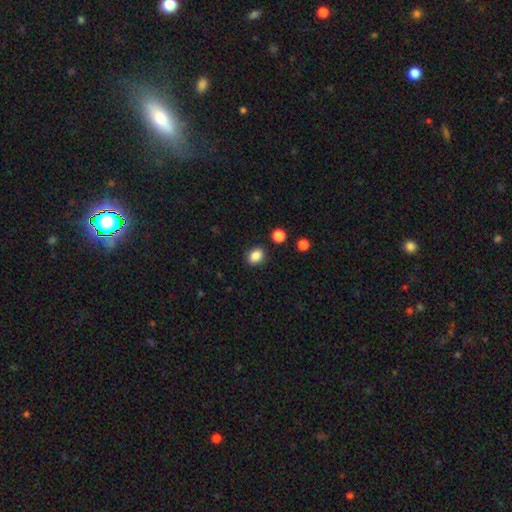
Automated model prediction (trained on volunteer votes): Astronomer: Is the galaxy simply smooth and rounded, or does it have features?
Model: smooth — 86%.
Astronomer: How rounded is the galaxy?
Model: in between — 58% (runner-up: round, 41%).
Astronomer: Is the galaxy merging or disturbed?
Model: none — 85%.